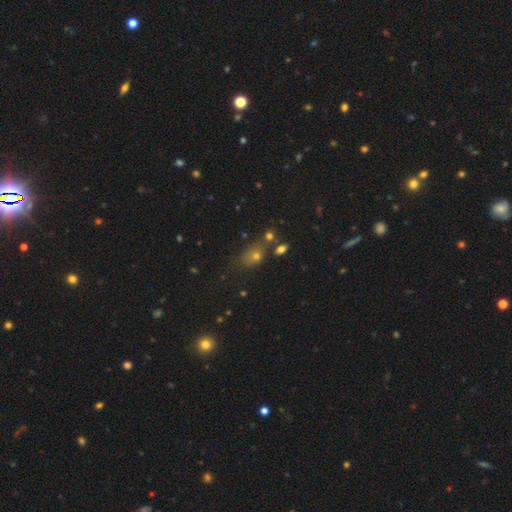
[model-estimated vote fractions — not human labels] smooth-or-featured: smooth: 55% | star or artifact: 33% | featured or disk: 12%
  how-rounded: round: 52% | in between: 44% | cigar-shaped: 3%
  merging: none: 67% | merger: 14% | minor disturbance: 13% | major disturbance: 5%